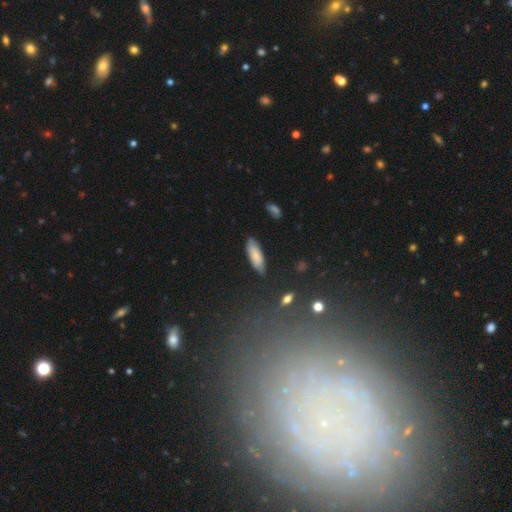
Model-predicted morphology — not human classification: This is likely a smooth galaxy (78%). How rounded: possibly in between (54%). Merging: clearly none (82%).